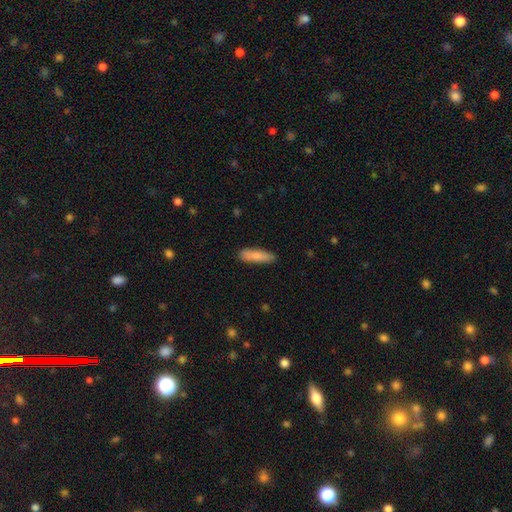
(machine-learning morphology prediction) type=smooth (85%); roundness=cigar-shaped (62%); merging=none (85%).